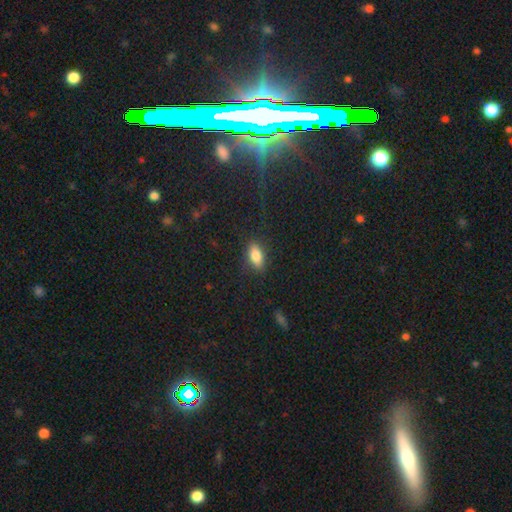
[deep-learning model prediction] The model was most divided on "smooth or featured": smooth: 81%, featured or disk: 11%, star or artifact: 9%. More confident: merging — none (85%); how rounded — in between (84%).